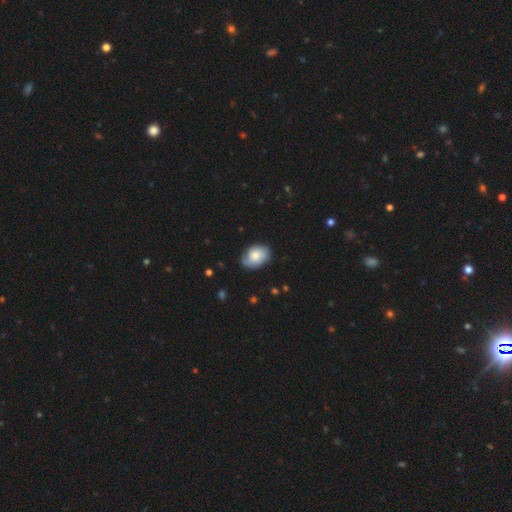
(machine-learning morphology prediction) Overall: smooth (69%). How rounded: in between (77%). Merging: none (70%).